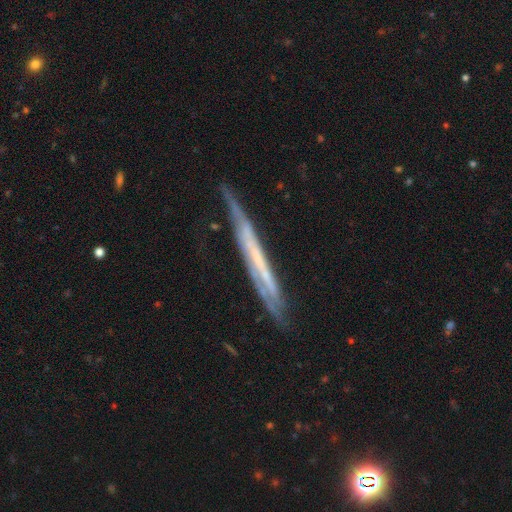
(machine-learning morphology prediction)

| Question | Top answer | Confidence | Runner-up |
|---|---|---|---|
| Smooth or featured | featured or disk | 68% | smooth (24%) |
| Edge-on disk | yes | 85% | no (15%) |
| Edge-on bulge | none | 86% | rounded (8%) |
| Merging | none | 67% | minor disturbance (25%) |